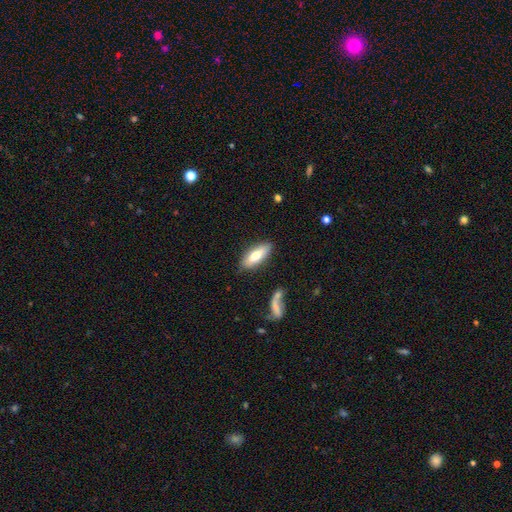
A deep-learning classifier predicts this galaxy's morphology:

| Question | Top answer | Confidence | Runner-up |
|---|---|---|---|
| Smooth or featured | smooth | 70% | featured or disk (24%) |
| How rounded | in between | 70% | cigar-shaped (28%) |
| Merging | none | 81% | minor disturbance (12%) |